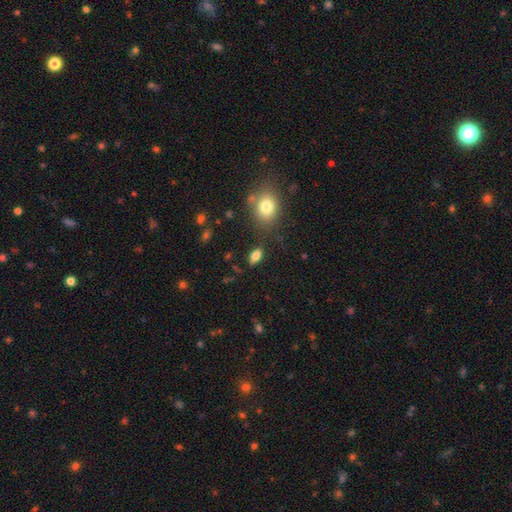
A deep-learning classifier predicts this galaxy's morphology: Smooth or featured? Predicted: smooth (p=0.81). How rounded? Predicted: in between (p=0.88). Merging? Predicted: none (p=0.81).